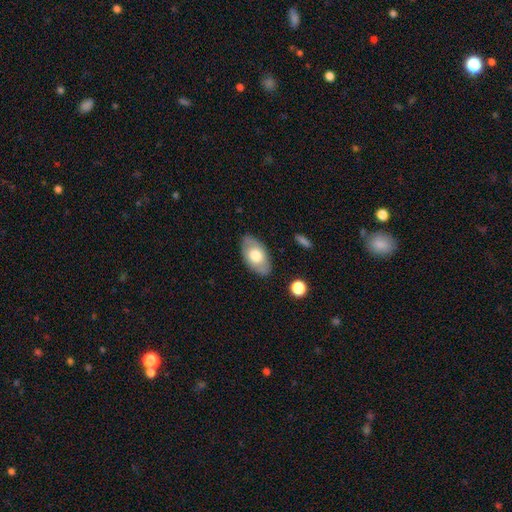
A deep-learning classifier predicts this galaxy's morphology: Smooth or featured? Predicted: smooth (p=0.61). How rounded? Predicted: in between (p=0.93). Merging? Predicted: none (p=0.81).